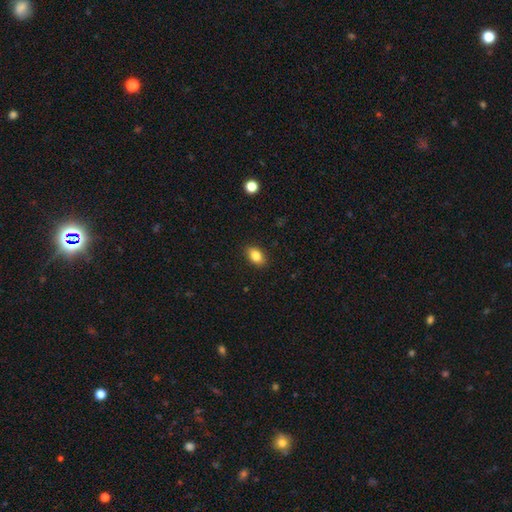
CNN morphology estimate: A smooth galaxy with no disk features (83%) that is in between round and cigar-shaped (86%).

Vote fractions:
- Smooth or featured? smooth: 83% / star or artifact: 9% / featured or disk: 8%
- How rounded? in between: 86% / round: 12% / cigar-shaped: 2%
- Merging? none: 89% / minor disturbance: 8% / major disturbance: 2% / merger: 1%